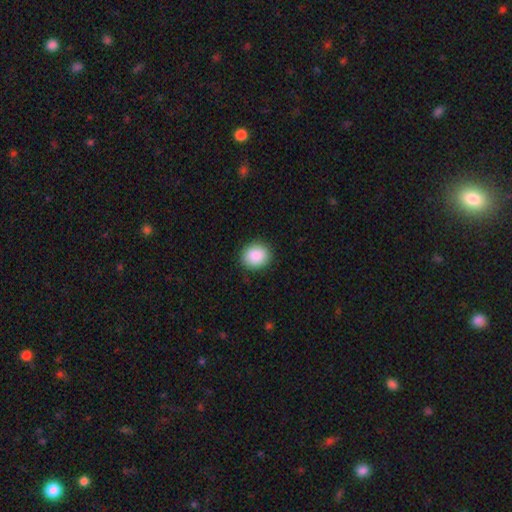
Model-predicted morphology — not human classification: Smooth or featured? Predicted: smooth (p=0.89). How rounded? Predicted: round (p=0.72). Merging? Predicted: none (p=0.89).